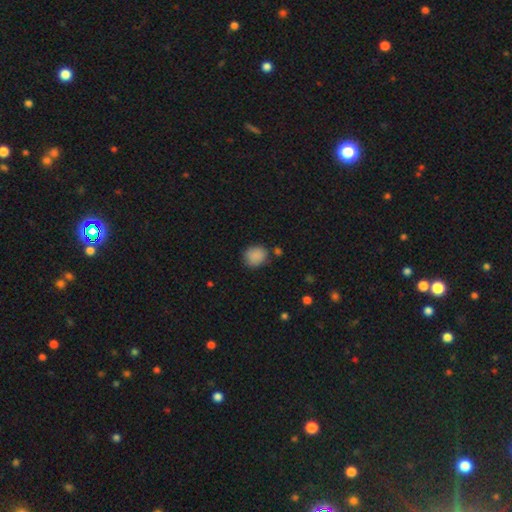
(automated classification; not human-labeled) Smooth or featured?
  - smooth: 87% *
  - star or artifact: 9%
  - featured or disk: 4%
How rounded?
  - round: 68% *
  - in between: 31%
  - cigar-shaped: 1%
Merging?
  - none: 74% *
  - minor disturbance: 17%
  - merger: 5%
  - major disturbance: 4%